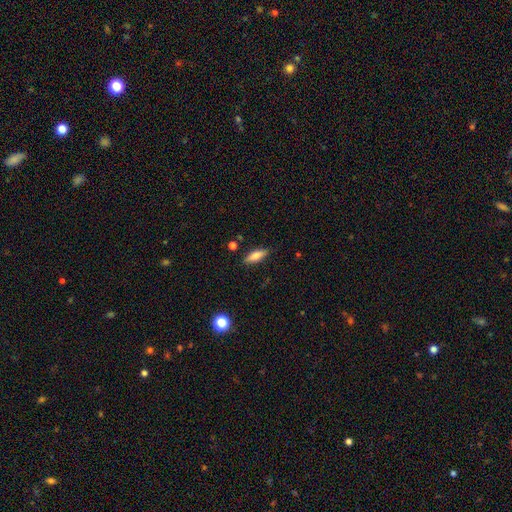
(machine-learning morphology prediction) type=smooth (73%); roundness=in between (55%); merging=none (84%).